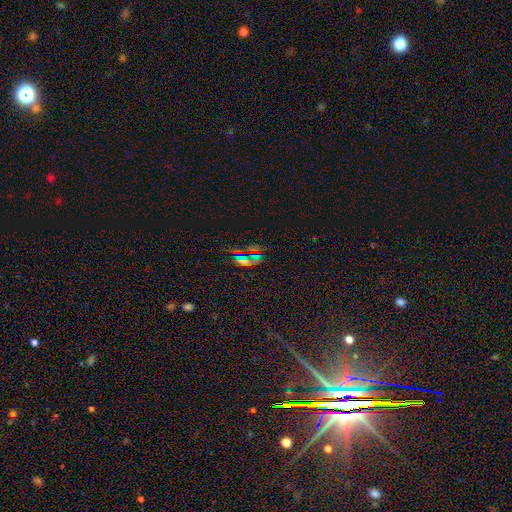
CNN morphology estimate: Smooth or featured? star or artifact (57%)